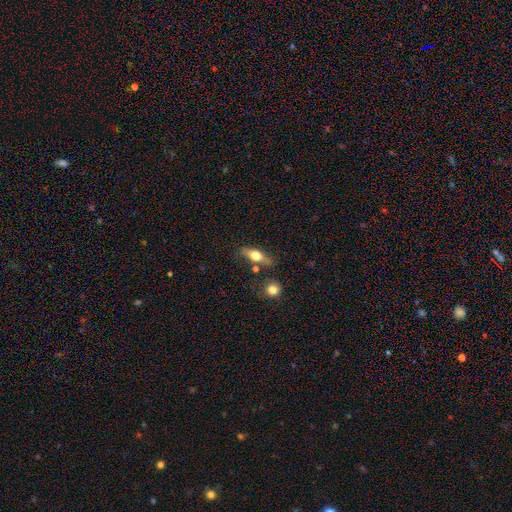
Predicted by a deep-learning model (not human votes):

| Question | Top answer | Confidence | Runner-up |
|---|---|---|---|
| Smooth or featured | smooth | 51% | featured or disk (42%) |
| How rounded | in between | 53% | cigar-shaped (39%) |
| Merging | none | 71% | minor disturbance (15%) |